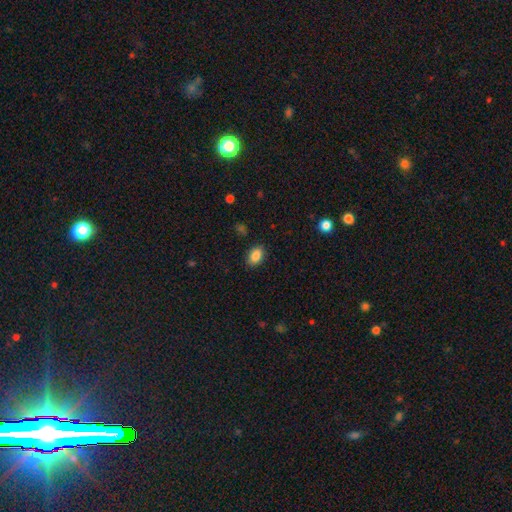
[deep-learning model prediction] A smooth galaxy with no disk features (87%) that is in between round and cigar-shaped (85%).

Vote fractions:
- Smooth or featured? smooth: 87% / star or artifact: 8% / featured or disk: 5%
- How rounded? in between: 85% / round: 14% / cigar-shaped: 1%
- Merging? none: 87% / minor disturbance: 9% / major disturbance: 2% / merger: 1%